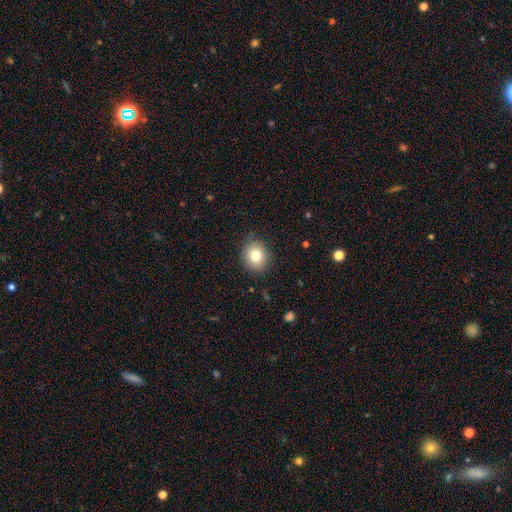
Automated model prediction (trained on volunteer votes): Overall: smooth (80%). How rounded: round (72%). Merging: none (87%).